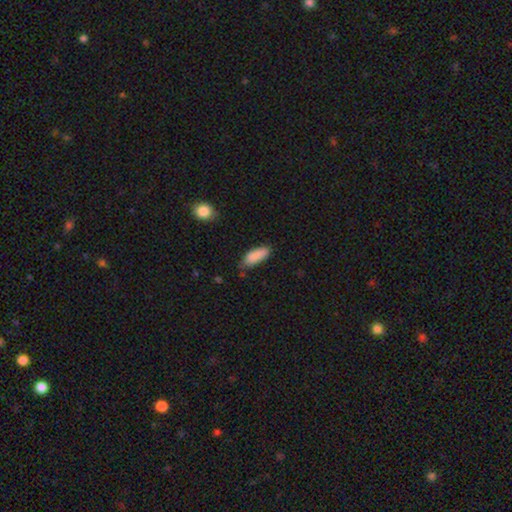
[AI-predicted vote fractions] A smooth galaxy with no disk features (88%) that is in between round and cigar-shaped (71%). Merging: none (66%).